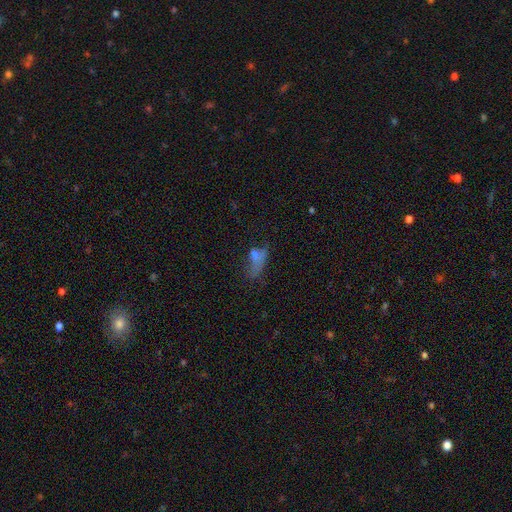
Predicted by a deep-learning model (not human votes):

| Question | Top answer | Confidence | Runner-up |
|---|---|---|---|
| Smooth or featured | smooth | 52% | featured or disk (27%) |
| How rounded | in between | 71% | cigar-shaped (17%) |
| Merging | major disturbance | 40% | none (28%) |